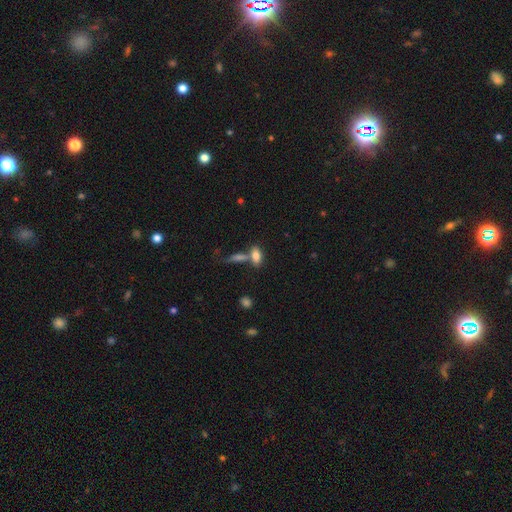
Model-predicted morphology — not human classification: Smooth or featured?
  - smooth: 78% *
  - featured or disk: 13%
  - star or artifact: 9%
How rounded?
  - in between: 83% *
  - cigar-shaped: 12%
  - round: 5%
Merging?
  - none: 48% *
  - merger: 36%
  - minor disturbance: 11%
  - major disturbance: 5%